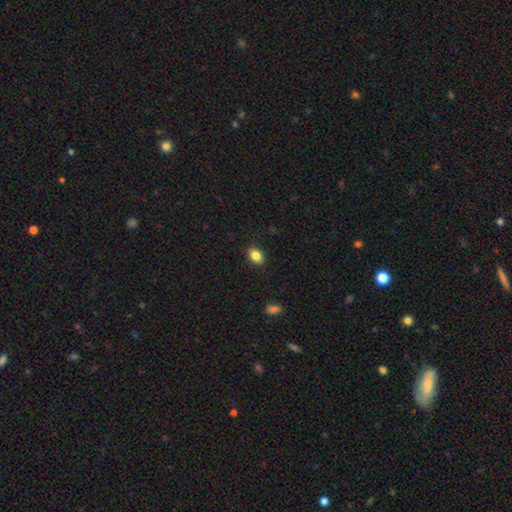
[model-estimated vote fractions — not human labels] Smooth or featured? Predicted: smooth (p=0.85). How rounded? Predicted: in between (p=0.71). Merging? Predicted: none (p=0.88).